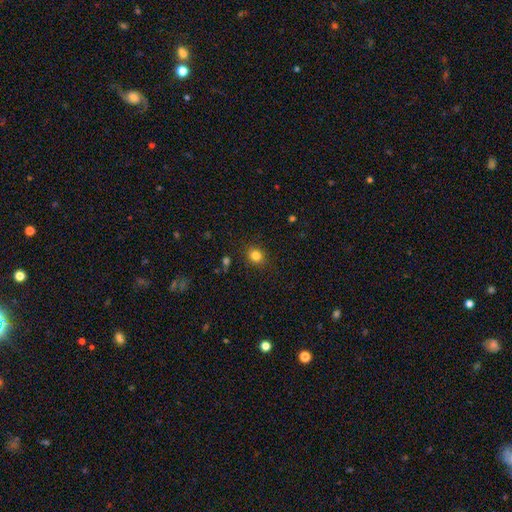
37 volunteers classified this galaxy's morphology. Smooth or featured? 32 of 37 (86%) said smooth. How rounded? 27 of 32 (84%) said round. Merging? 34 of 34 (100%) said none.